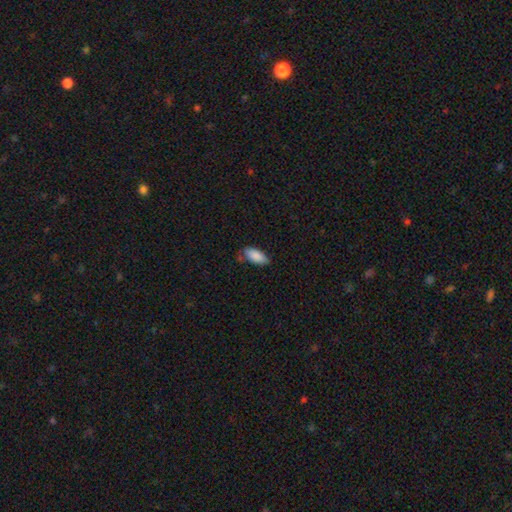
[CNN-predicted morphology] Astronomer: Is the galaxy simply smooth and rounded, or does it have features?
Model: smooth — 88%.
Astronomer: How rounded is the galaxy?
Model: in between — 87%.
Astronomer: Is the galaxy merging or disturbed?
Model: none — 72%.